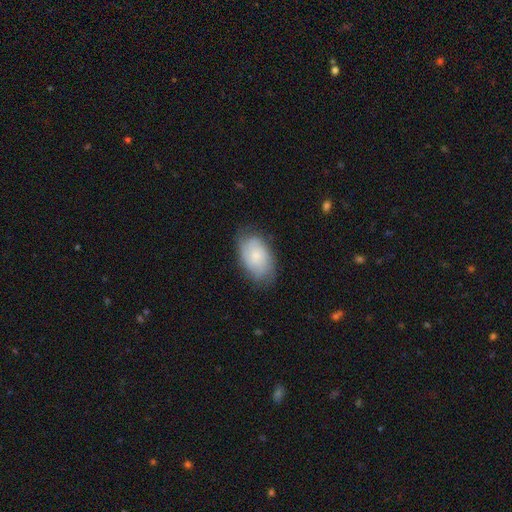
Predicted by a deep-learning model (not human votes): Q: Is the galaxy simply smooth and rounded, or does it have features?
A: smooth — 61%.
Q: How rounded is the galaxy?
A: in between — 91%.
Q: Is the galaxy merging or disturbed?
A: none — 69%.